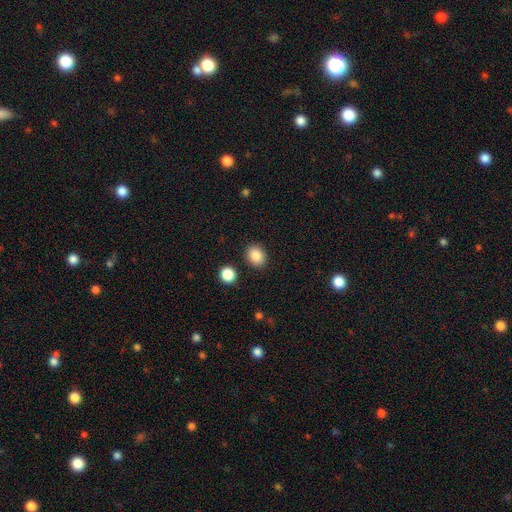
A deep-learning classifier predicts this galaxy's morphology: This appears to be a smooth galaxy with no disk features (86%) that is round (54%). Merging: none (87%).